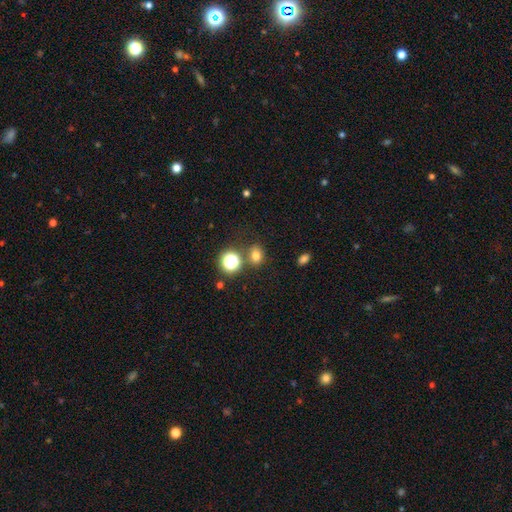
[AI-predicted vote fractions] Overall: smooth (73%). How rounded: in between (55%; round 44%). Merging: none (74%).